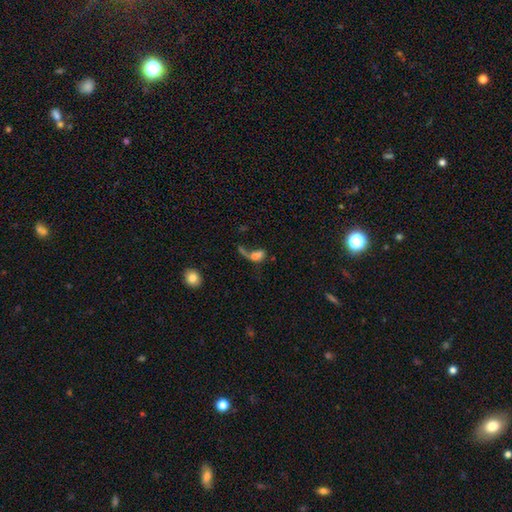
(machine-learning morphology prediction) Q: Smooth or featured?
A: smooth (55%); runner-up: featured or disk (31%)
Q: How rounded?
A: in between (72%); runner-up: round (17%)
Q: Merging?
A: merger (34%); tied with: major disturbance (34%)